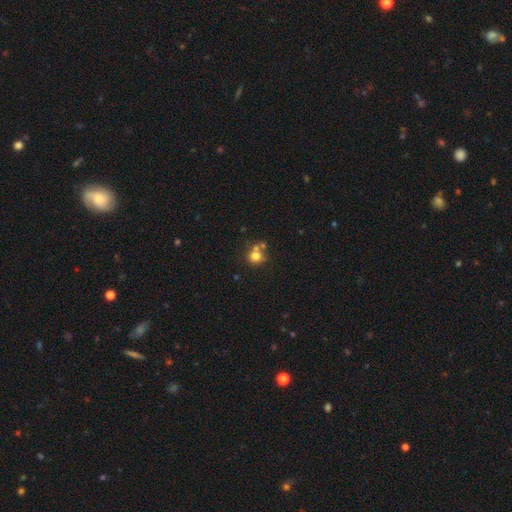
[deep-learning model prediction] The model was most divided on "merging": none: 53%, merger: 33%, minor disturbance: 10%, major disturbance: 5%. More confident: how rounded — round (84%); smooth or featured — smooth (75%).